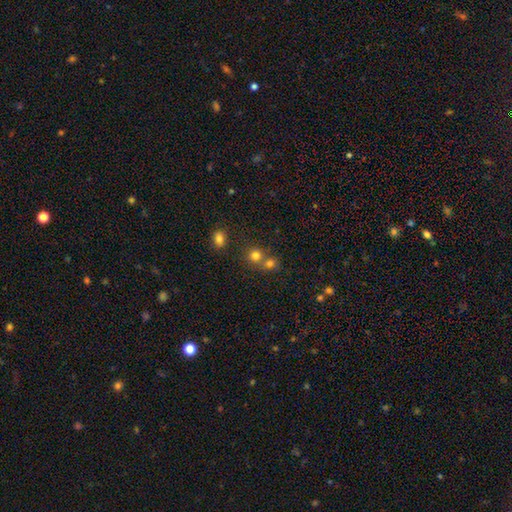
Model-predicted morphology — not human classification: smooth-or-featured: smooth: 77% | star or artifact: 15% | featured or disk: 7%
  how-rounded: round: 86% | in between: 13% | cigar-shaped: 1%
  merging: none: 54% | merger: 38% | minor disturbance: 6% | major disturbance: 2%